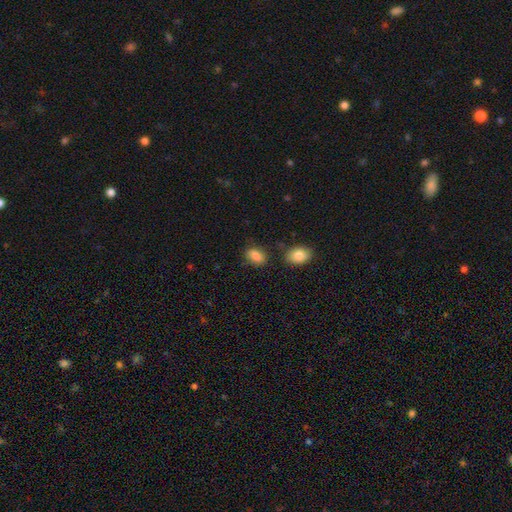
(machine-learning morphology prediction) This is clearly a smooth galaxy (86%). How rounded: clearly in between (88%). Merging: likely none (74%).